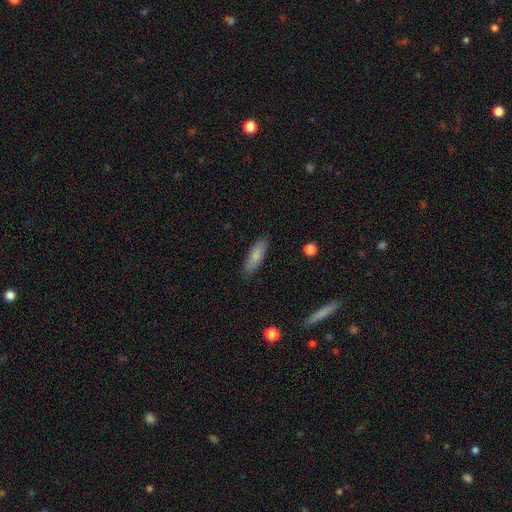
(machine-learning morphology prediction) Smooth or featured?
  - smooth: 80% *
  - featured or disk: 13%
  - star or artifact: 6%
How rounded?
  - cigar-shaped: 55% *
  - in between: 43%
  - round: 2%
Merging?
  - none: 86% *
  - minor disturbance: 11%
  - major disturbance: 2%
  - merger: 1%